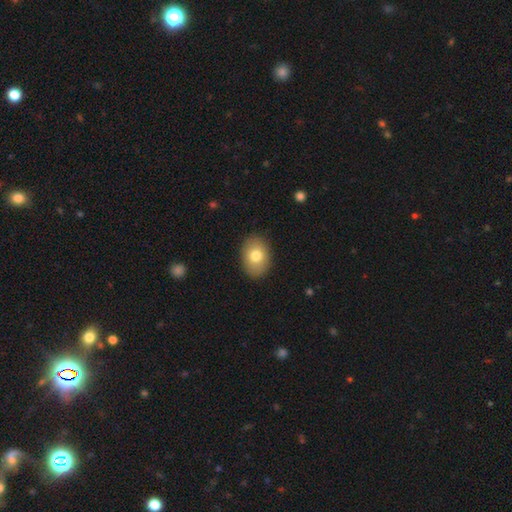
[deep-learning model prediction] This appears to be a smooth galaxy with no disk features (78%) that is in between round and cigar-shaped (77%). Merging: none (88%).